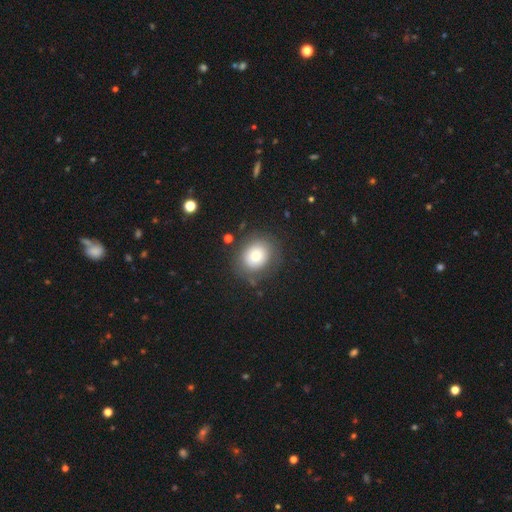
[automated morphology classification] Smooth or featured?
  - smooth: 73% *
  - featured or disk: 16%
  - star or artifact: 10%
How rounded?
  - round: 67% *
  - in between: 32%
  - cigar-shaped: 1%
Merging?
  - none: 79% *
  - minor disturbance: 13%
  - major disturbance: 6%
  - merger: 2%